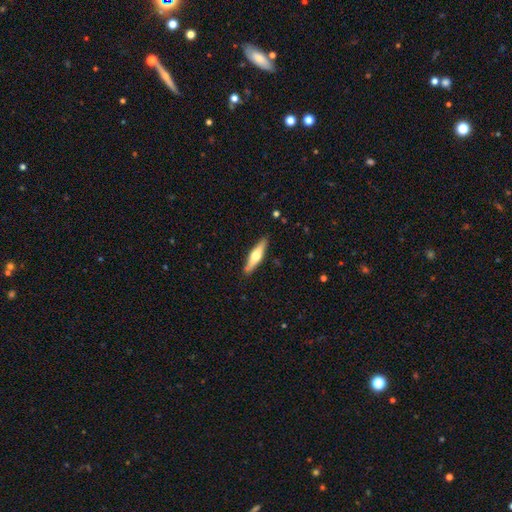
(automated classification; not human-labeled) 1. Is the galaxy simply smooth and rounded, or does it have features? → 50% featured or disk, 44% smooth, 5% star or artifact.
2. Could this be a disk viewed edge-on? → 93% yes, 7% no.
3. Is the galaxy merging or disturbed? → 88% none, 9% minor disturbance, 2% major disturbance, 1% merger.